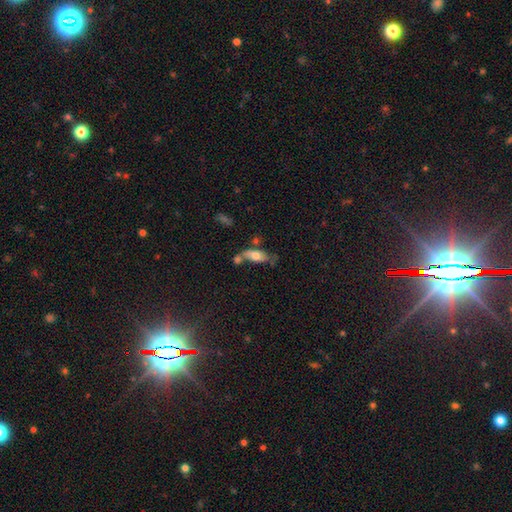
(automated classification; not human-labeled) Smooth or featured: smooth — 63% (featured or disk — 29%)
How rounded: in between — 76% (cigar-shaped — 20%)
Merging: none — 38% (merger — 32%)